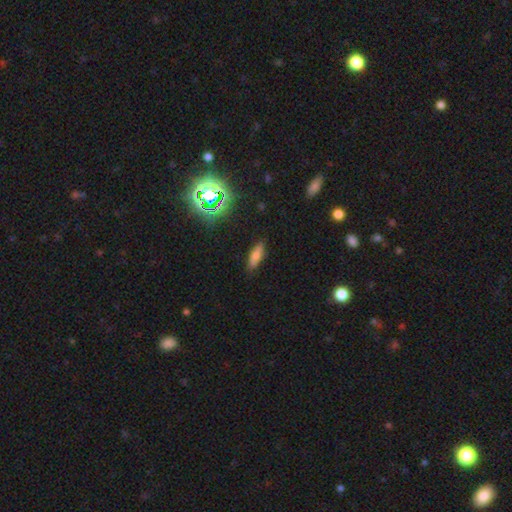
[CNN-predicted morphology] The model was most divided on "how rounded": in between: 58%, cigar-shaped: 39%, round: 3%. More confident: merging — none (83%); smooth or featured — smooth (69%).